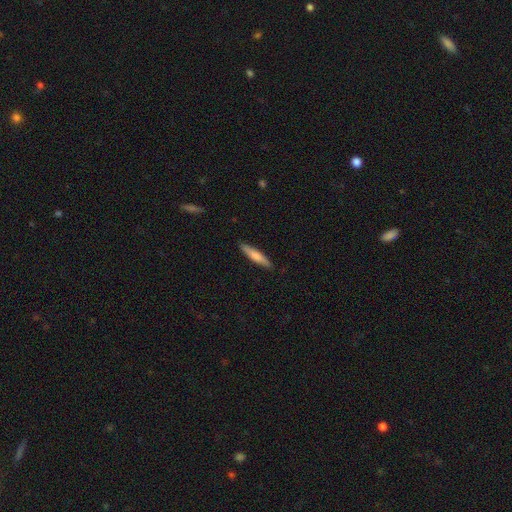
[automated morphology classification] smooth-or-featured: smooth: 70% | featured or disk: 25% | star or artifact: 5%
  how-rounded: cigar-shaped: 88% | in between: 11% | round: 1%
  merging: none: 89% | minor disturbance: 8% | major disturbance: 2% | merger: 1%